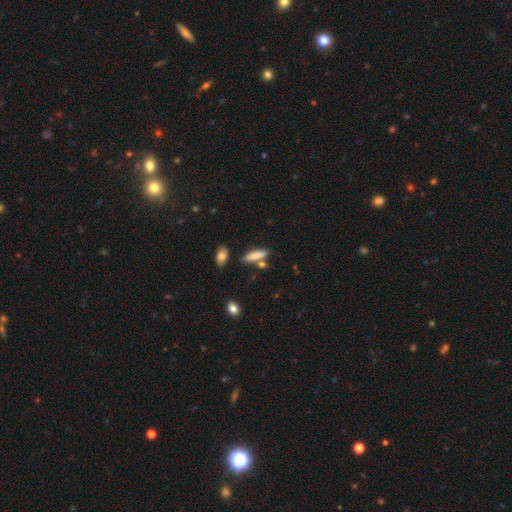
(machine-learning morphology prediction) smooth_or_featured: smooth (p=0.82) [alt: featured or disk p=0.11]
how_rounded: cigar-shaped (p=0.55) [alt: in between p=0.43]
merging: none (p=0.69) [alt: minor disturbance p=0.14]